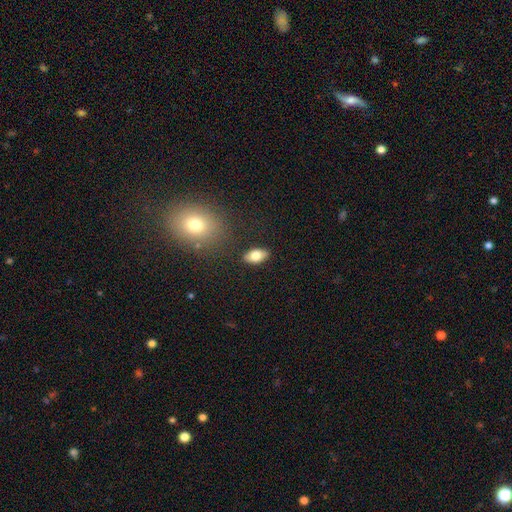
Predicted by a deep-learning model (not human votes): Smooth or featured? Predicted: smooth (p=0.79). How rounded? Predicted: in between (p=0.91). Merging? Predicted: none (p=0.87).